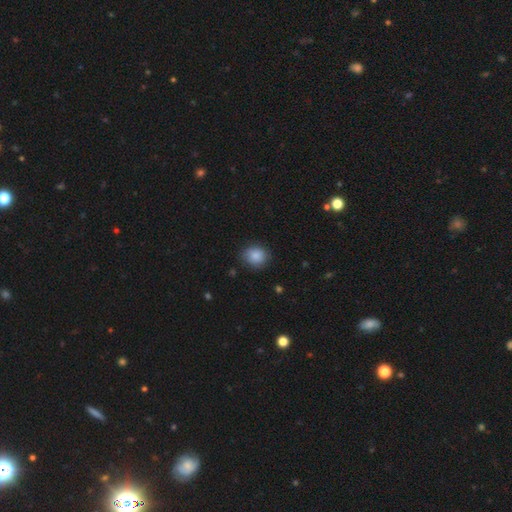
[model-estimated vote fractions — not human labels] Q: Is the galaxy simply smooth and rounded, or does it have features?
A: smooth — 87%.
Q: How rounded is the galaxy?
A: round — 70%.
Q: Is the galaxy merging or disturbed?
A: none — 80%.